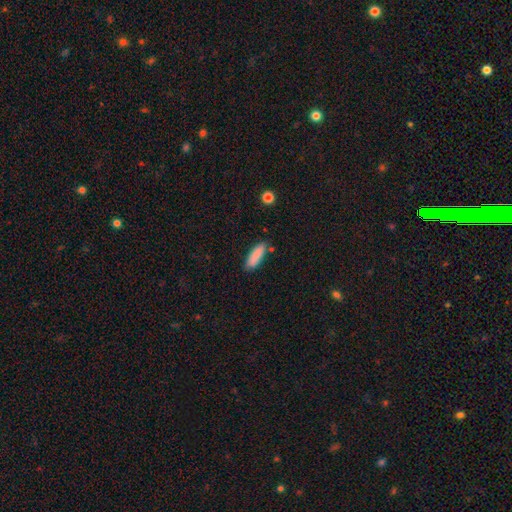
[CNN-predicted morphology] smooth 87%, featured or disk 7%, star or artifact 6%. Down the decision tree: how rounded — in between (53%); merging — none (79%).